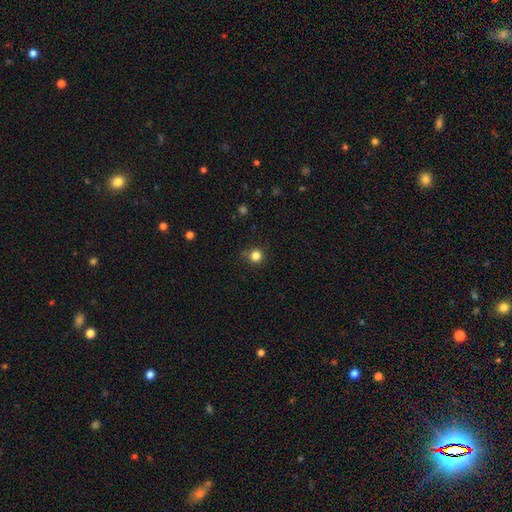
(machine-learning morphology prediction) Smooth or featured?
  - smooth: 83% *
  - star or artifact: 13%
  - featured or disk: 4%
How rounded?
  - round: 95% *
  - in between: 5%
  - cigar-shaped: 1%
Merging?
  - none: 84% *
  - minor disturbance: 10%
  - major disturbance: 3%
  - merger: 3%